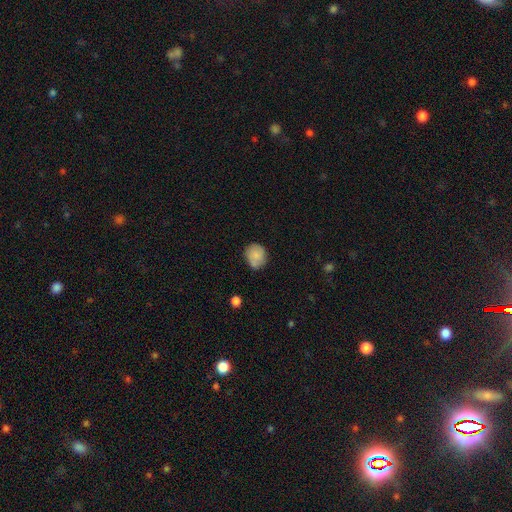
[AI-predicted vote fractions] This appears to be a smooth galaxy with no disk features (76%) that is round (67%). Merging: none (65%).